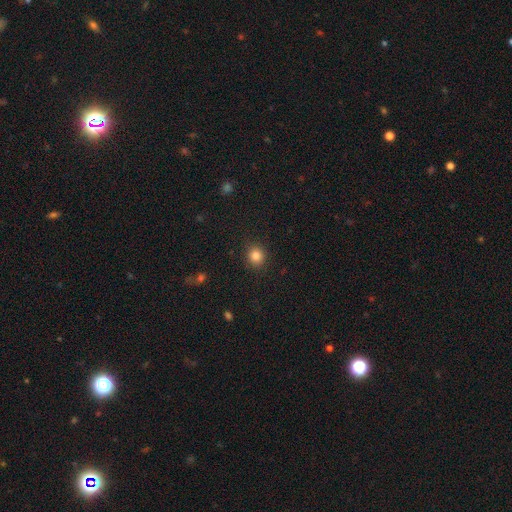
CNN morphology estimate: This is clearly a smooth galaxy (85%). How rounded: clearly round (87%). Merging: clearly none (90%).